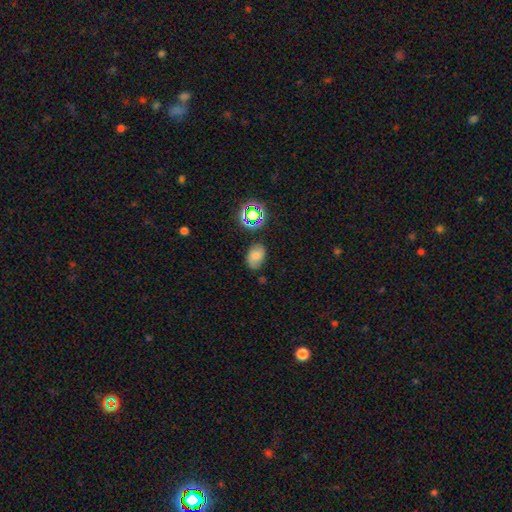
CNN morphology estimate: Smooth or featured? smooth (69%)
How rounded? in between (81%)
Merging? none (73%)